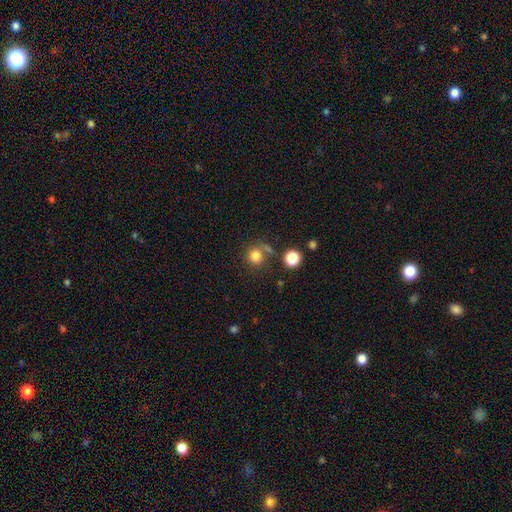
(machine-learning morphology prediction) Smooth or featured: smooth — 80% (star or artifact — 13%)
How rounded: round — 89% (in between — 10%)
Merging: none — 68% (merger — 15%)